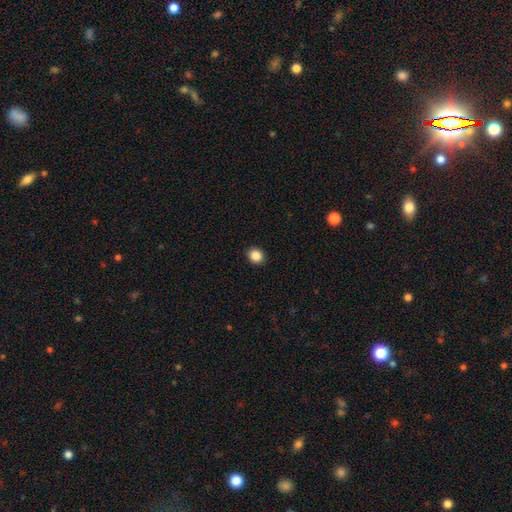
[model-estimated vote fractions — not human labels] This appears to be a smooth galaxy with no disk features (87%) that is round (69%). Merging: none (92%).